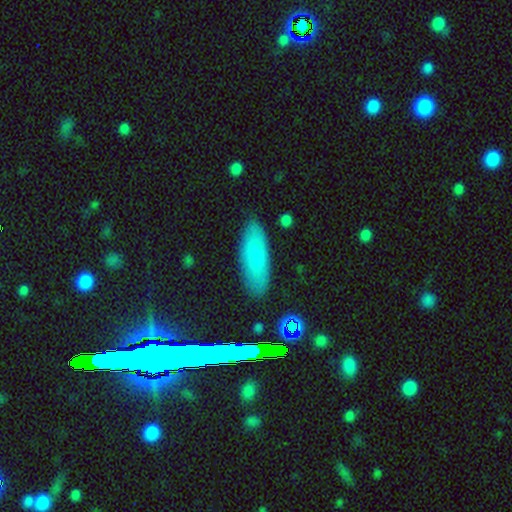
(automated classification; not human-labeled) Smooth or featured? smooth (77%)
How rounded? in between (57%)
Merging? none (84%)